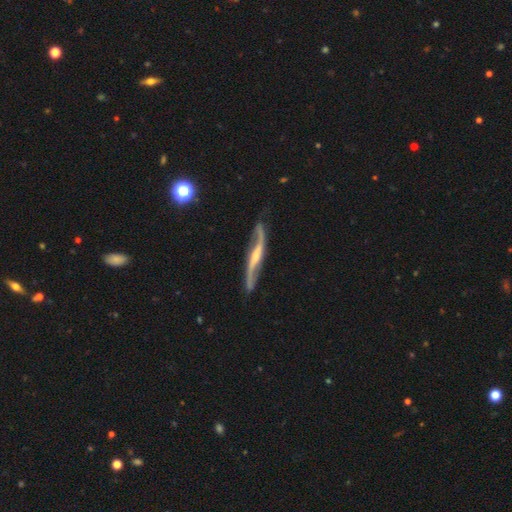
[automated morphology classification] A featured or disk galaxy (88%) with a weak bar (38%), 2 (93%) loose (75%) spiral arms (97%) and a small central bulge (46%).

Vote fractions:
- Smooth or featured? featured or disk: 88% / smooth: 7% / star or artifact: 5%
- Edge-on disk? no: 72% / yes: 28%
- Bar? weak: 38% / strong: 34% / no: 28%
- Spiral arms? yes: 97% / no: 3%
- Spiral winding? loose: 75% / medium: 19% / tight: 6%
- Spiral arm count? 2: 93% / can't tell: 3% / 1: 2% / 3: 1% / 4: 1% / more than 4: 1%
- Bulge size? small: 46% / moderate: 36% / none: 12% / large: 4% / dominant: 1%
- Merging? none: 76% / minor disturbance: 16% / major disturbance: 6% / merger: 3%